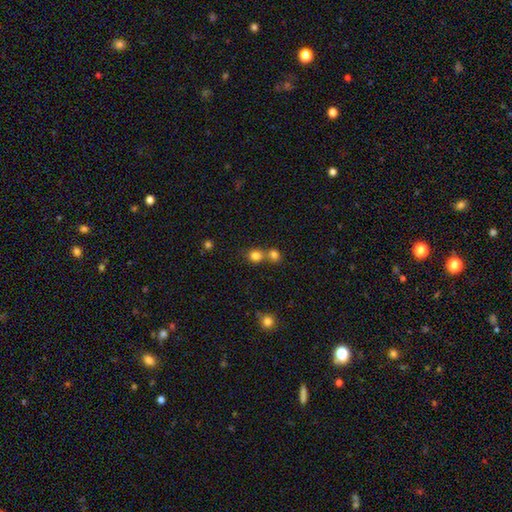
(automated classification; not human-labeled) Smooth or featured? smooth (80%)
How rounded? round (82%)
Merging? none (48%)